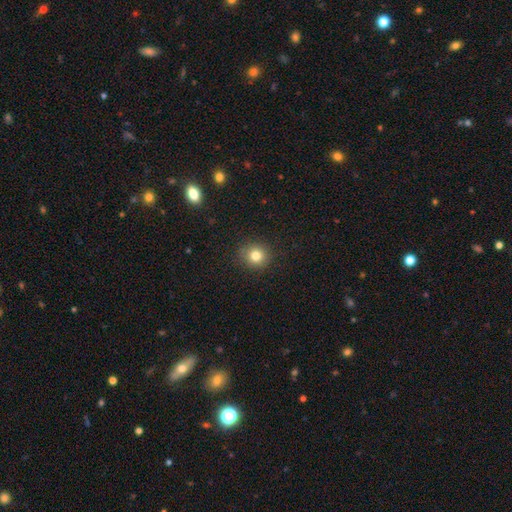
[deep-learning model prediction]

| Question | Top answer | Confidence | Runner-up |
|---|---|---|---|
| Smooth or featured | smooth | 81% | star or artifact (12%) |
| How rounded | round | 90% | in between (10%) |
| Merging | none | 89% | minor disturbance (7%) |